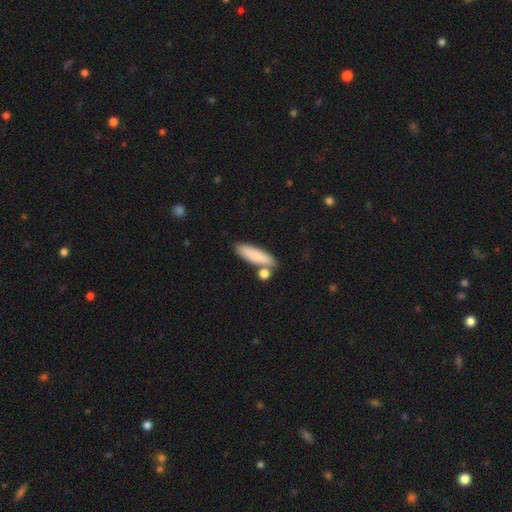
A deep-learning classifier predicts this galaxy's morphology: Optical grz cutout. It shows a smooth galaxy with no disk features (83%) that is cigar-shaped (59%). Merging: none (71%).